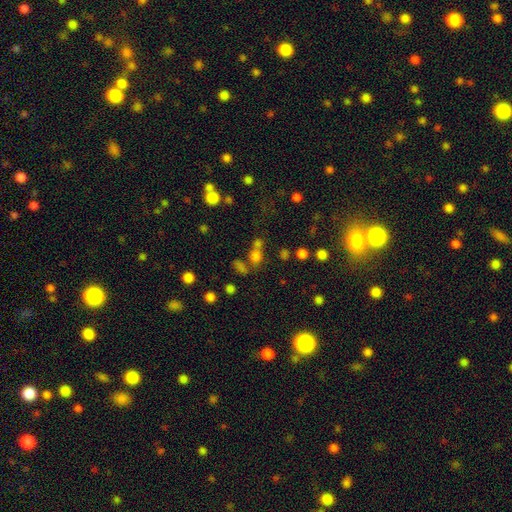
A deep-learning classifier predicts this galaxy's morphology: smooth_or_featured: smooth (p=0.67) [alt: star or artifact p=0.24]
how_rounded: round (p=0.57) [alt: in between p=0.40]
merging: none (p=0.45) [alt: merger p=0.38]